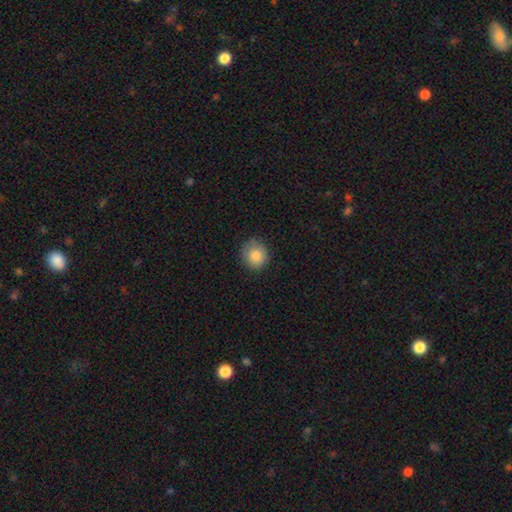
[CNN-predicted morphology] Smooth or featured?
  - smooth: 85% *
  - star or artifact: 9%
  - featured or disk: 6%
How rounded?
  - round: 89% *
  - in between: 10%
  - cigar-shaped: 1%
Merging?
  - none: 82% *
  - minor disturbance: 14%
  - major disturbance: 3%
  - merger: 1%